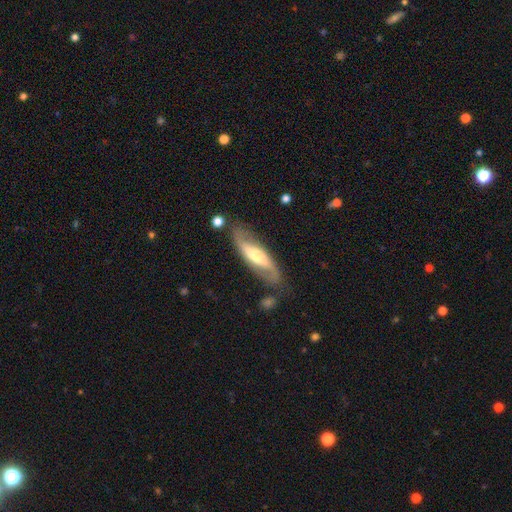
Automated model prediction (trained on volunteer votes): smooth_or_featured: featured or disk (p=0.72) [alt: smooth p=0.22]
disk_edge_on: no (p=0.78) [alt: yes p=0.22]
bar: no (p=0.34) [alt: weak p=0.33]
has_spiral_arms: yes (p=0.87) [alt: no p=0.13]
bulge_size: moderate (p=0.55) [alt: small p=0.32]
merging: none (p=0.75) [alt: minor disturbance p=0.16]